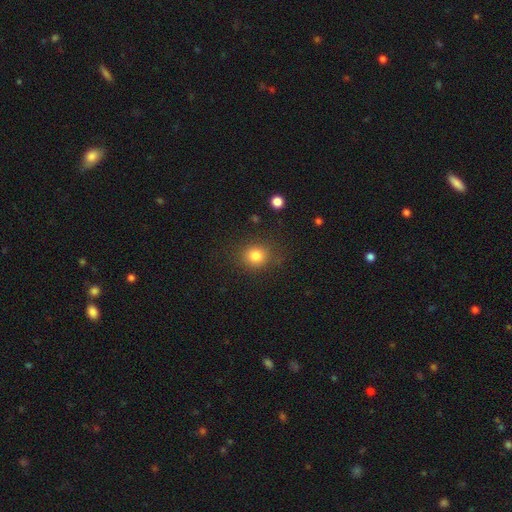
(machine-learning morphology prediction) Smooth or featured?
  - smooth: 82% *
  - star or artifact: 11%
  - featured or disk: 6%
How rounded?
  - round: 81% *
  - in between: 18%
  - cigar-shaped: 1%
Merging?
  - none: 83% *
  - minor disturbance: 11%
  - major disturbance: 4%
  - merger: 2%